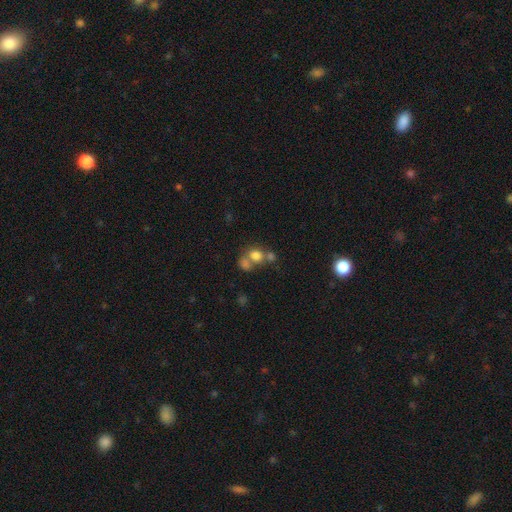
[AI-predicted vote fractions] Smooth or featured?
  - smooth: 72% *
  - featured or disk: 14%
  - star or artifact: 13%
How rounded?
  - round: 67% *
  - in between: 32%
  - cigar-shaped: 1%
Merging?
  - merger: 51% *
  - none: 34%
  - minor disturbance: 8%
  - major disturbance: 6%